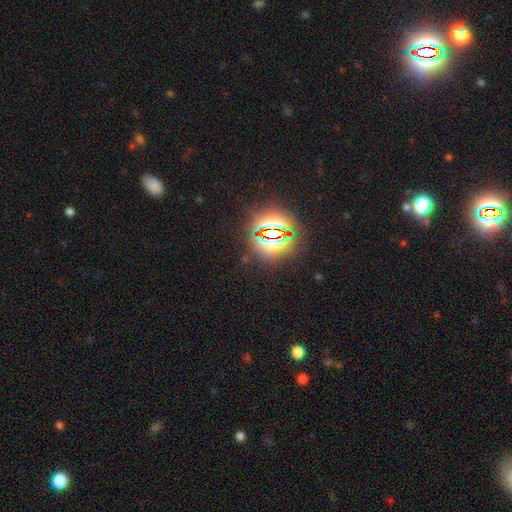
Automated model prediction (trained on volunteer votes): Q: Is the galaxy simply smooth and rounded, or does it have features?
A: star or artifact — 80%.